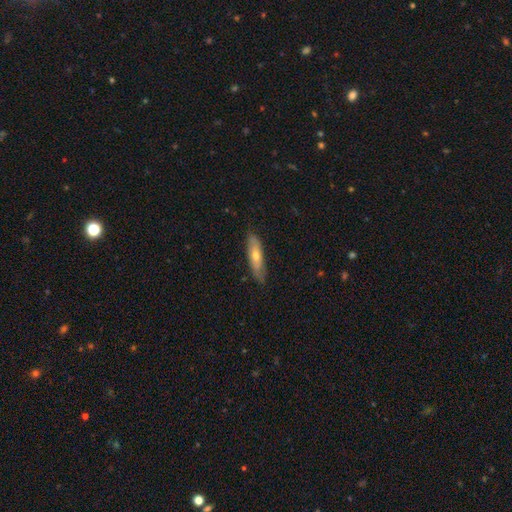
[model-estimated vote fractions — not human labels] The model was most divided on "smooth or featured": smooth: 53%, featured or disk: 41%, star or artifact: 6%. More confident: merging — none (82%); how rounded — cigar-shaped (74%).